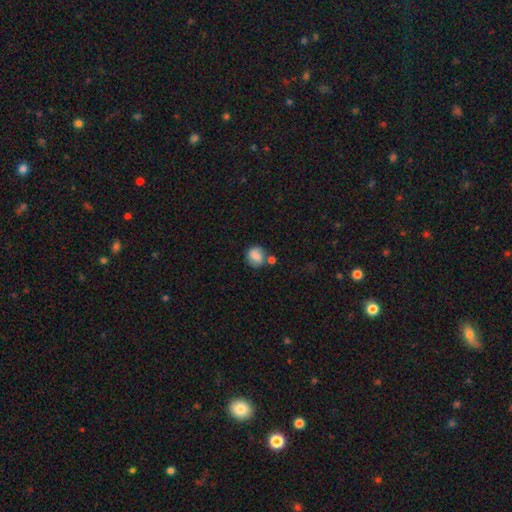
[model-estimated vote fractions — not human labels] smooth 77%, featured or disk 14%, star or artifact 9%. Down the decision tree: how rounded — round (71%); merging — none (61%).